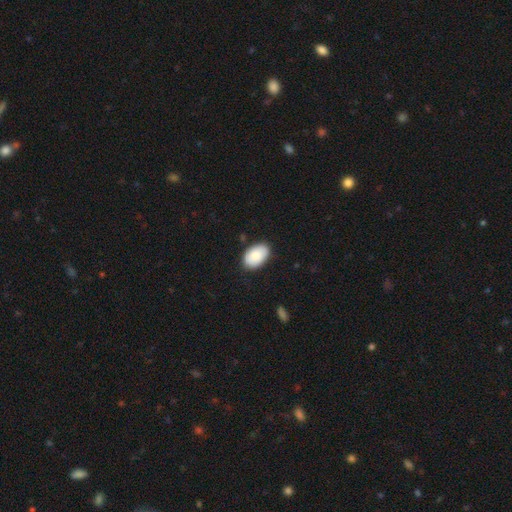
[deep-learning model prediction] This appears to be a smooth galaxy with no disk features (85%) that is in between round and cigar-shaped (92%). Merging: none (84%).